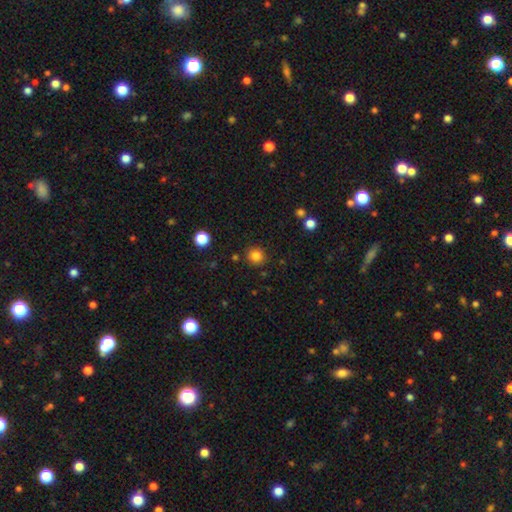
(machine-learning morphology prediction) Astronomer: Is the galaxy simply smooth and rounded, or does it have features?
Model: smooth — 83%.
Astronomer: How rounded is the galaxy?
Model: round — 92%.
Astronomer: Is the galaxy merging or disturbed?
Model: none — 88%.